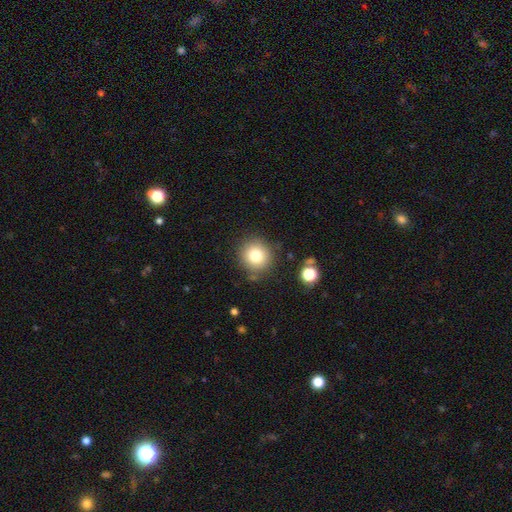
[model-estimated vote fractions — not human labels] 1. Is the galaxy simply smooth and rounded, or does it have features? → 79% smooth, 12% star or artifact, 9% featured or disk.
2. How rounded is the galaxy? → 91% round, 8% in between, 1% cigar-shaped.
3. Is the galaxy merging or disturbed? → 83% none, 10% minor disturbance, 3% major disturbance, 3% merger.